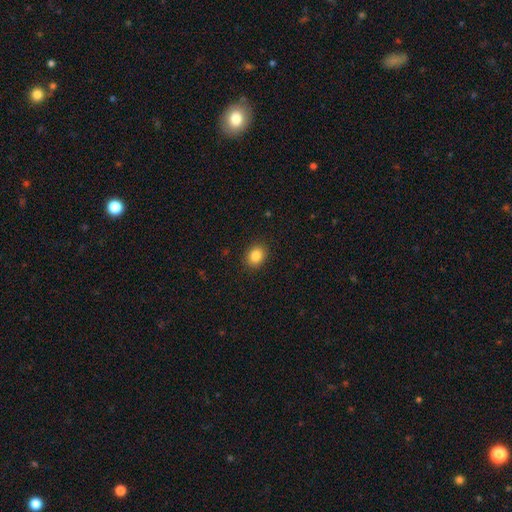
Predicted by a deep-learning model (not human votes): This appears to be a smooth galaxy with no disk features (86%) that is round (54%). Merging: none (89%).